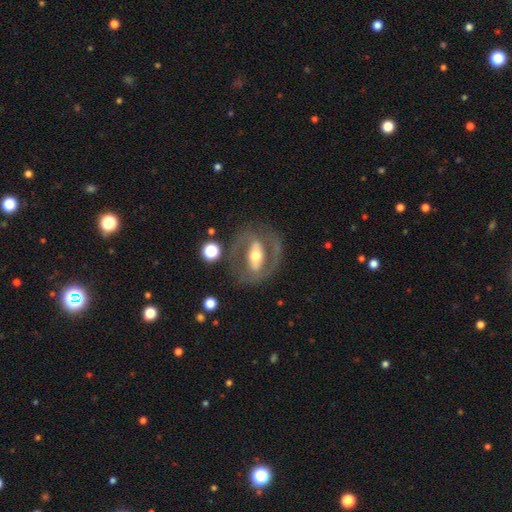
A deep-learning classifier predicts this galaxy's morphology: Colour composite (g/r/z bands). It shows a featured or disk galaxy (78%) with a strong bar (54%), spiral arms (59%) and a moderate central bulge (66%). Merging: none (72%).